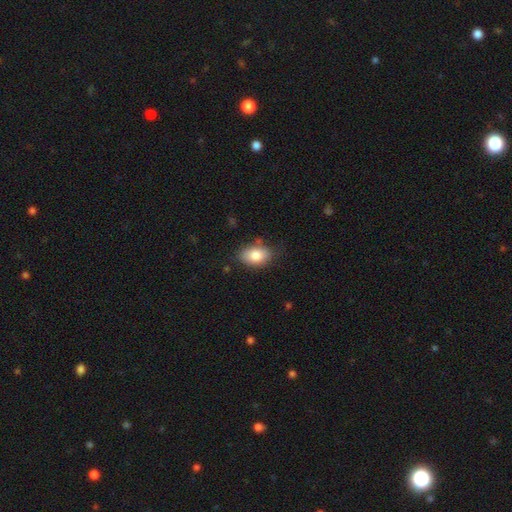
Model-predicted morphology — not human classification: Smooth or featured? smooth (82%)
How rounded? in between (84%)
Merging? none (78%)